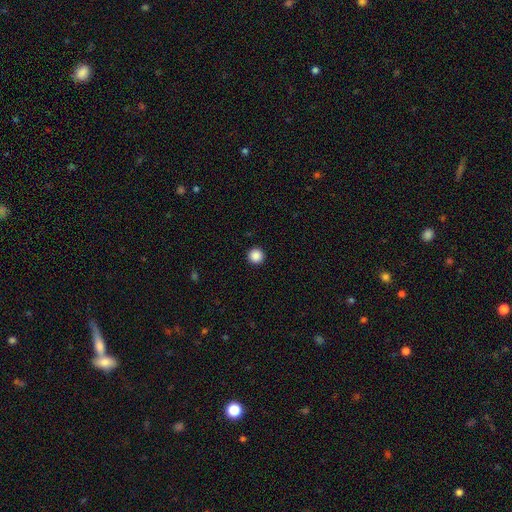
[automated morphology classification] Smooth or featured? smooth (88%)
How rounded? round (97%)
Merging? none (94%)